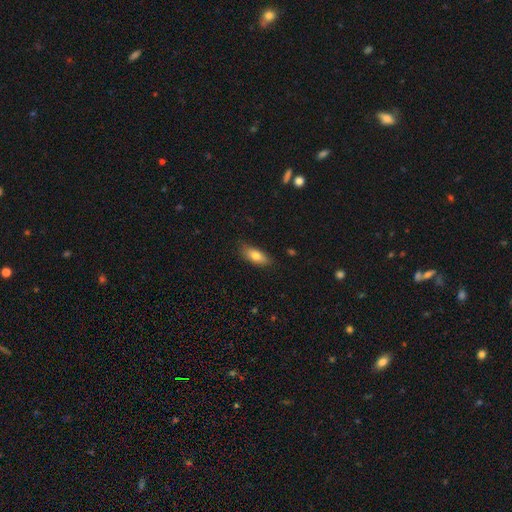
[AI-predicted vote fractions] Overall: smooth (77%). How rounded: in between (77%). Merging: none (81%).